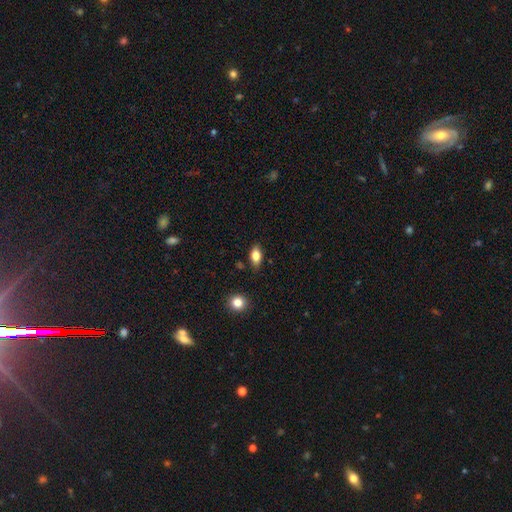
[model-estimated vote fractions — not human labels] Smooth or featured? smooth (80%)
How rounded? in between (86%)
Merging? none (82%)